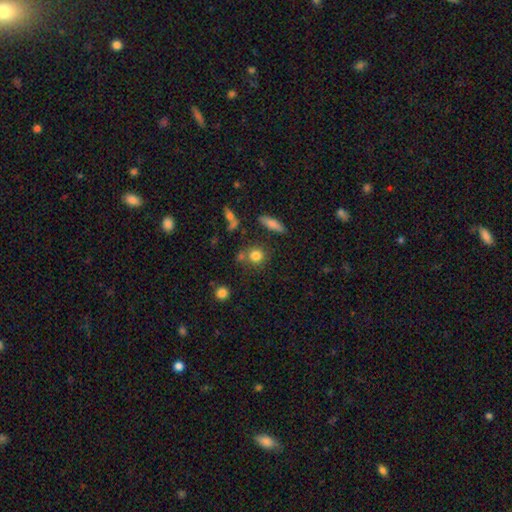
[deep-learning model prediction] This appears to be a smooth galaxy with no disk features (80%) that is round (86%). Merging: none (69%).